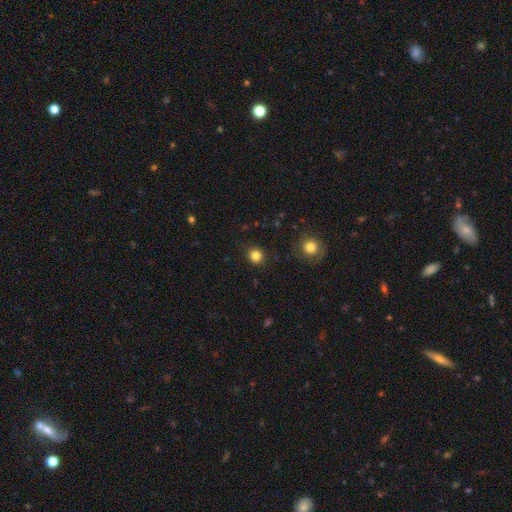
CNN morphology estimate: This appears to be a smooth galaxy with no disk features (83%) that is round (87%). Merging: none (90%).